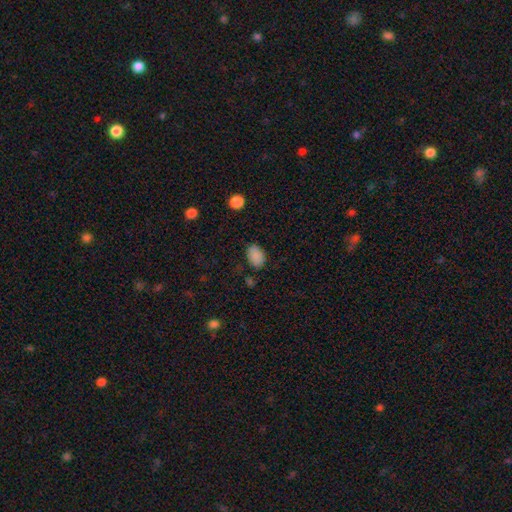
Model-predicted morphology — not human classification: smooth_or_featured: smooth (p=0.87) [alt: star or artifact p=0.10]
how_rounded: in between (p=0.86) [alt: round p=0.13]
merging: none (p=0.79) [alt: minor disturbance p=0.15]